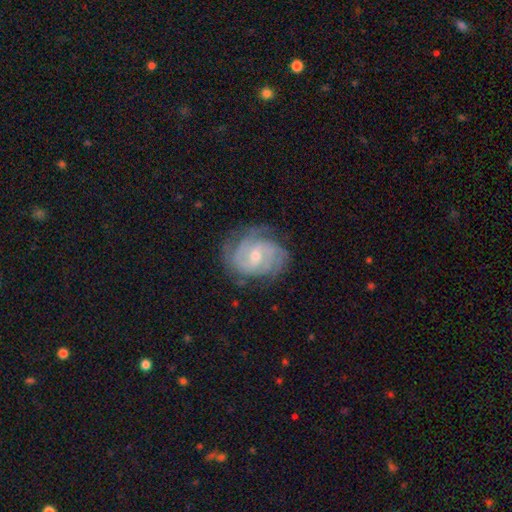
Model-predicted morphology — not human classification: smooth-or-featured: featured or disk: 85% | smooth: 9% | star or artifact: 6%
  disk-edge-on: no: 98% | yes: 2%
    bar: no: 48% | weak: 43% | strong: 9%
    has-spiral-arms: yes: 96% | no: 4%
      spiral-winding: tight: 62% | medium: 31% | loose: 7%
      spiral-arm-count: 3: 28% | can't tell: 27% | 2: 22% | 4: 13% | more than 4: 5% | 1: 5%
    bulge-size: small: 49% | moderate: 48% | large: 2% | none: 1% | dominant: 1%
  merging: none: 73% | minor disturbance: 19% | major disturbance: 7% | merger: 1%